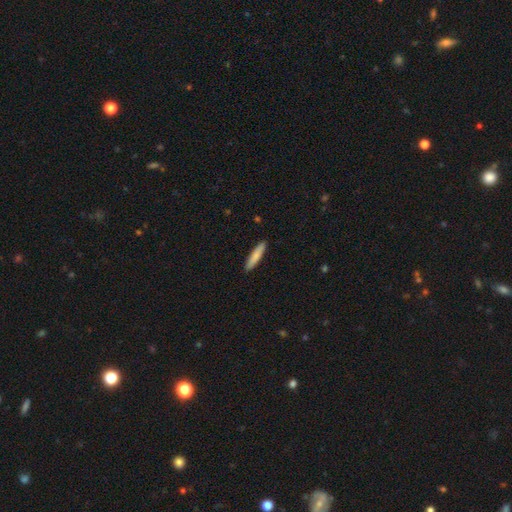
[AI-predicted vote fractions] smooth_or_featured: smooth (p=0.82) [alt: featured or disk p=0.13]
how_rounded: cigar-shaped (p=0.87) [alt: in between p=0.11]
merging: none (p=0.90) [alt: minor disturbance p=0.07]